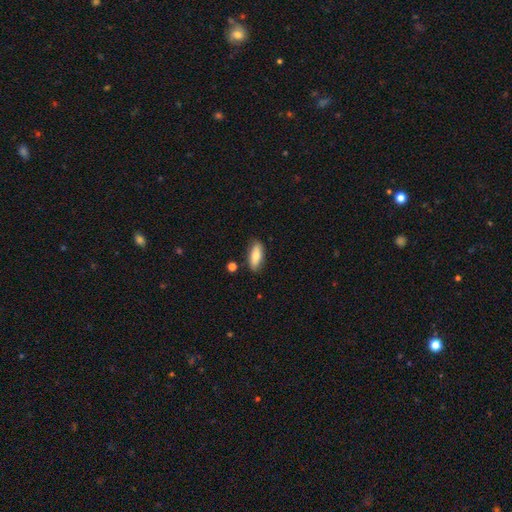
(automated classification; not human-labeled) Smooth or featured: smooth — 74% (featured or disk — 19%)
How rounded: in between — 75% (cigar-shaped — 23%)
Merging: none — 84% (minor disturbance — 11%)